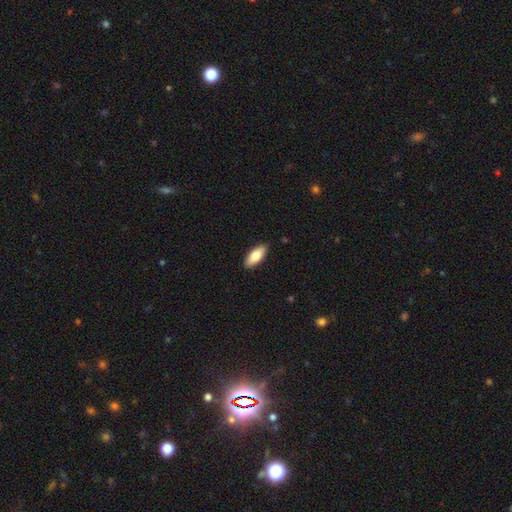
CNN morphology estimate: Smooth or featured? smooth (78%)
How rounded? in between (79%)
Merging? none (88%)